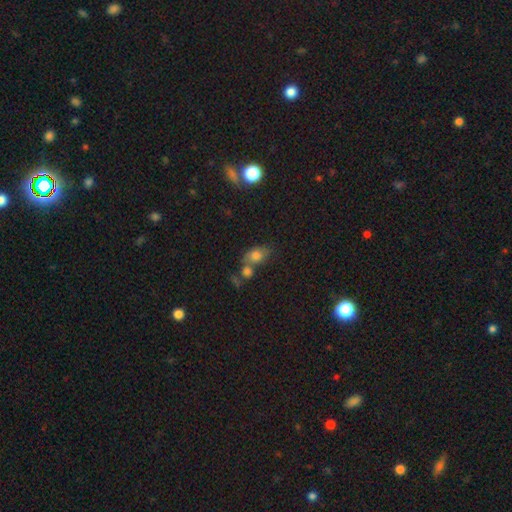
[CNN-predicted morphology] This is likely a smooth galaxy (75%). How rounded: likely in between (76%). Merging: marginally merger (40%).